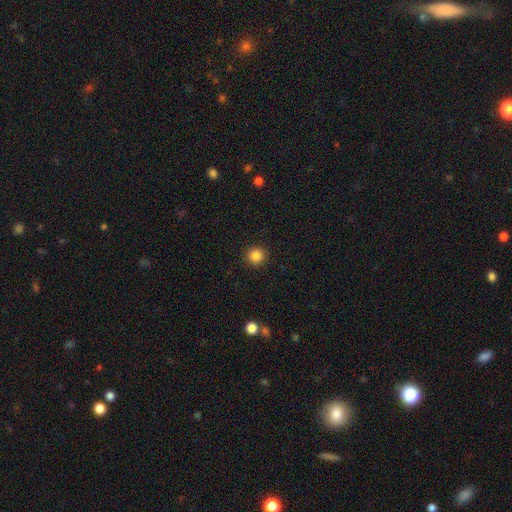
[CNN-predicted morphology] This is clearly a smooth galaxy (85%). How rounded: clearly round (95%). Merging: clearly none (92%).